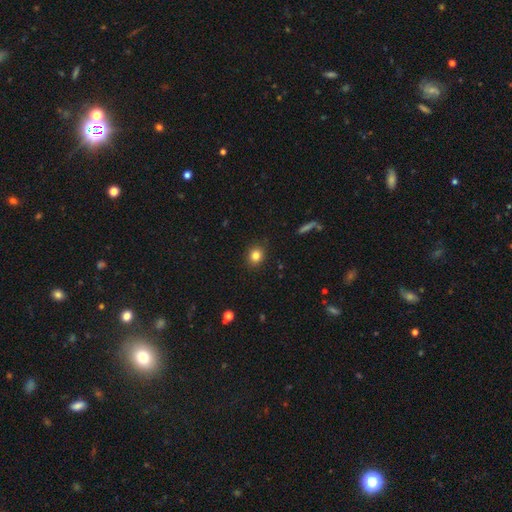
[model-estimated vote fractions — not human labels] Morphology: type=smooth (83%); roundness=round (73%); merging=none (89%).